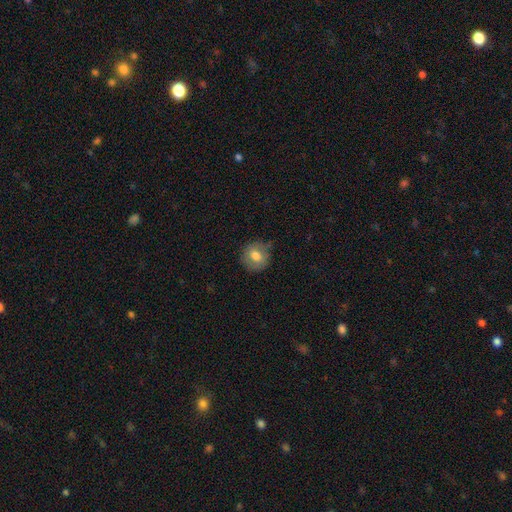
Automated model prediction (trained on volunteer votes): The model was most divided on "merging": none: 76%, minor disturbance: 19%, major disturbance: 4%, merger: 2%. More confident: how rounded — round (87%); smooth or featured — smooth (75%).